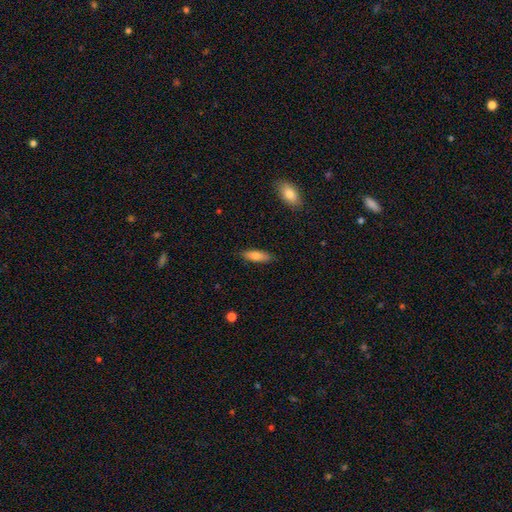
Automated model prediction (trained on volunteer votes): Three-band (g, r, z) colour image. It shows a smooth galaxy with no disk features (77%) that is in between round and cigar-shaped (52%). Merging: none (86%).